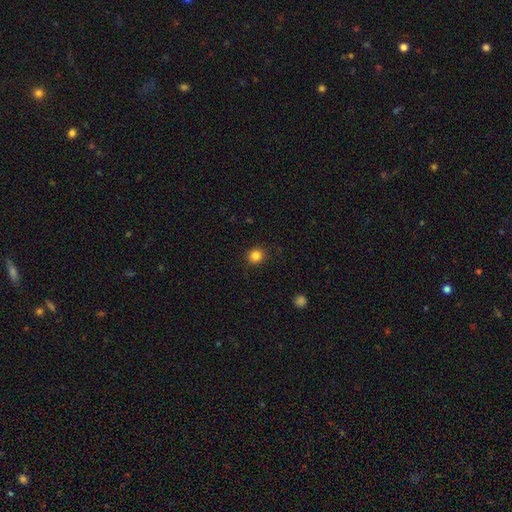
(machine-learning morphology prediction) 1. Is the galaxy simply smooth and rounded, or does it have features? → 84% smooth, 12% star or artifact, 4% featured or disk.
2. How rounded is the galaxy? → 88% round, 11% in between, 1% cigar-shaped.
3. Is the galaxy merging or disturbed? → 90% none, 7% minor disturbance, 2% major disturbance, 1% merger.